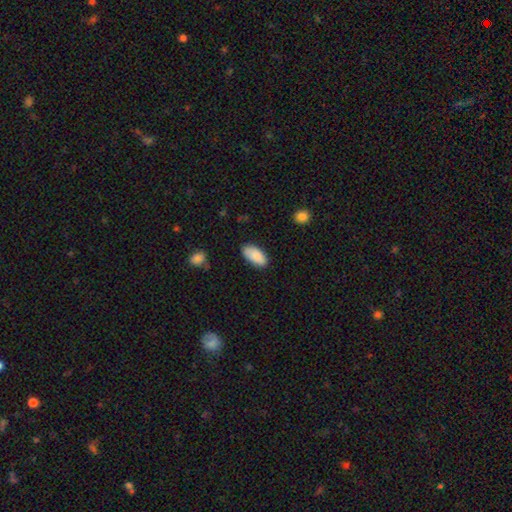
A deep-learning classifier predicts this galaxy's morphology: A smooth galaxy with no disk features (89%) that is in between round and cigar-shaped (93%). Merging: none (81%).